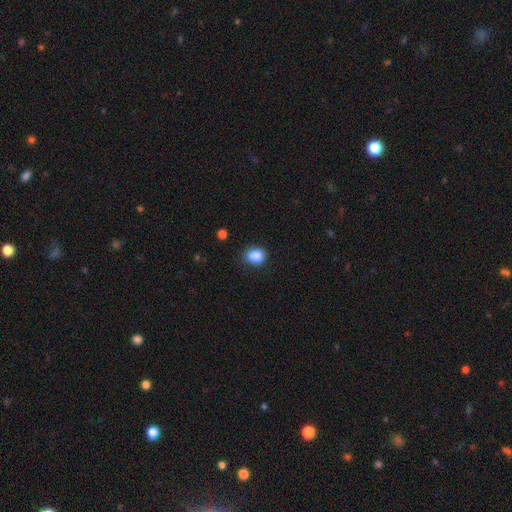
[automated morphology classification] Smooth or featured: smooth — 87% (star or artifact — 9%)
How rounded: round — 52% (in between — 47%)
Merging: none — 80% (minor disturbance — 16%)